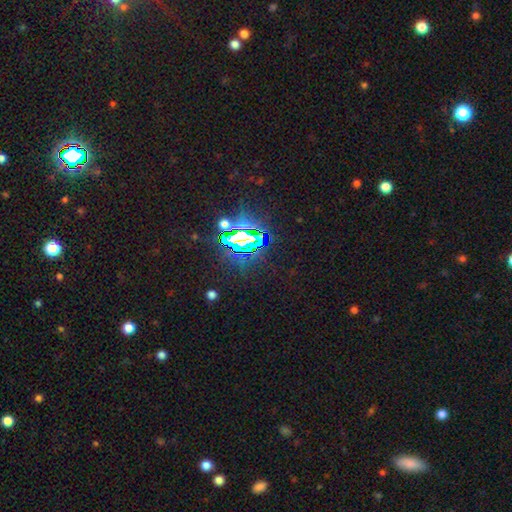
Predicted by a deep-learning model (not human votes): Smooth or featured?
  - star or artifact: 83% *
  - smooth: 9%
  - featured or disk: 8%